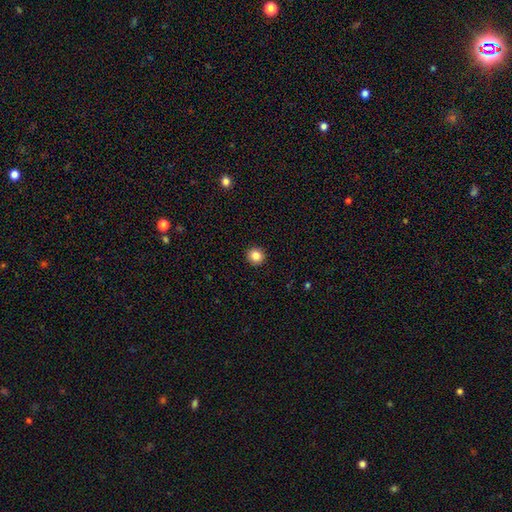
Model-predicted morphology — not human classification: This is clearly a smooth galaxy (84%). How rounded: clearly round (93%). Merging: clearly none (93%).